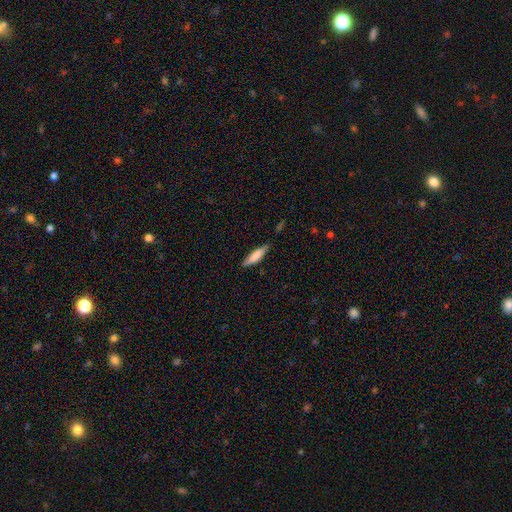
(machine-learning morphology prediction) Smooth or featured: smooth — 79% (featured or disk — 15%)
How rounded: cigar-shaped — 72% (in between — 27%)
Merging: none — 80% (minor disturbance — 16%)